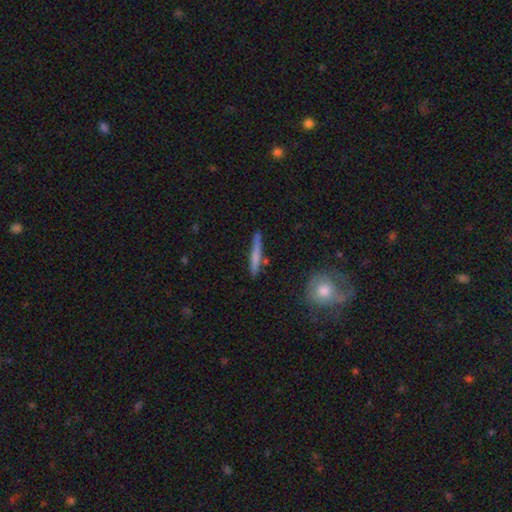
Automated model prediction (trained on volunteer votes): Q: Smooth or featured?
A: smooth (62%); runner-up: featured or disk (32%)
Q: How rounded?
A: cigar-shaped (94%); runner-up: in between (4%)
Q: Merging?
A: none (84%); runner-up: minor disturbance (11%)